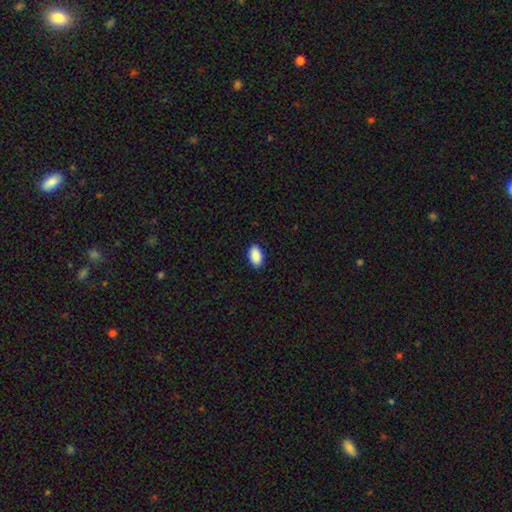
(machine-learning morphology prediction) Smooth or featured?
  - smooth: 91% *
  - star or artifact: 7%
  - featured or disk: 3%
How rounded?
  - in between: 95% *
  - round: 4%
  - cigar-shaped: 2%
Merging?
  - none: 90% *
  - minor disturbance: 7%
  - major disturbance: 2%
  - merger: 1%